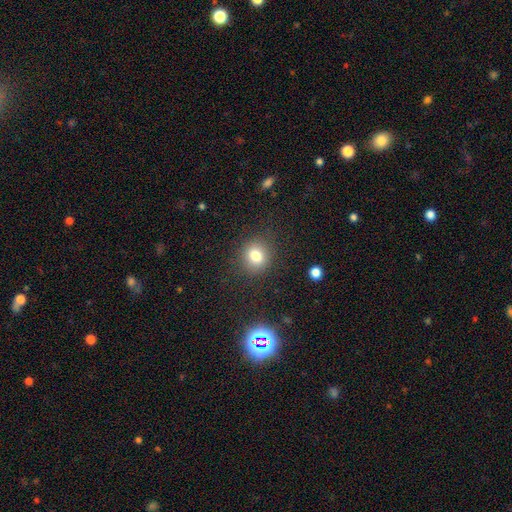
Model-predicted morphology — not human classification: A smooth galaxy with no disk features (79%) that is round (80%).

Vote fractions:
- Smooth or featured? smooth: 79% / star or artifact: 13% / featured or disk: 8%
- How rounded? round: 80% / in between: 19% / cigar-shaped: 1%
- Merging? none: 87% / minor disturbance: 9% / major disturbance: 4% / merger: 1%